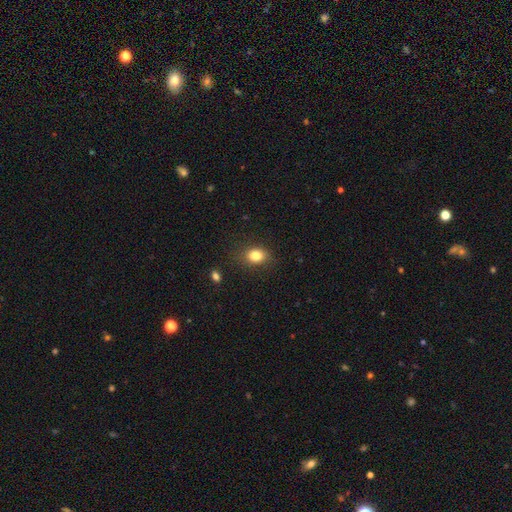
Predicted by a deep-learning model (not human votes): Smooth or featured: smooth — 83% (star or artifact — 10%)
How rounded: in between — 63% (round — 36%)
Merging: none — 82% (minor disturbance — 13%)